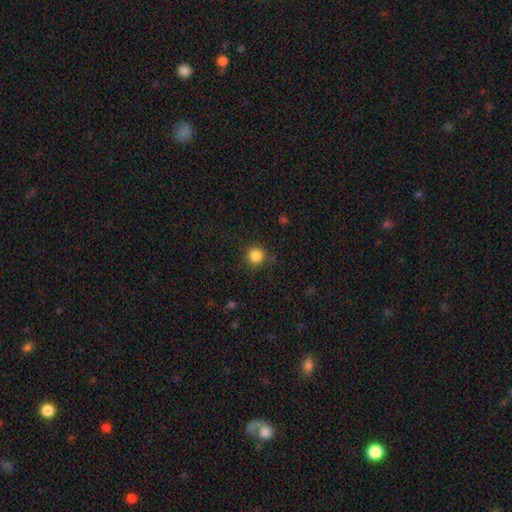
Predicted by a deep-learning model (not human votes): Q: Smooth or featured?
A: smooth (85%); runner-up: star or artifact (11%)
Q: How rounded?
A: round (94%); runner-up: in between (5%)
Q: Merging?
A: none (87%); runner-up: minor disturbance (9%)